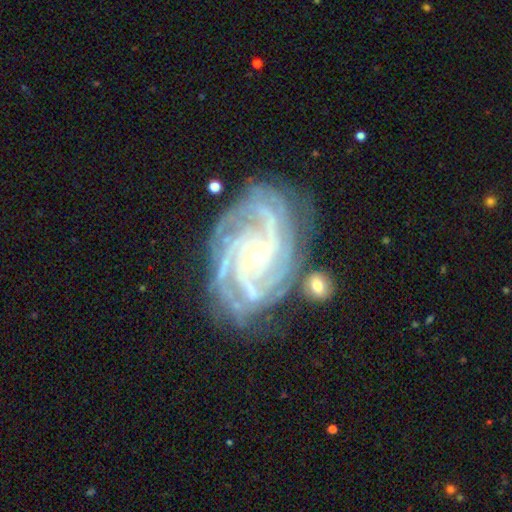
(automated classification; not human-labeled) smooth_or_featured: featured or disk (p=0.91) [alt: star or artifact p=0.06]
disk_edge_on: no (p=0.98) [alt: yes p=0.02]
bar: no (p=0.66) [alt: weak p=0.23]
has_spiral_arms: yes (p=0.99) [alt: no p=0.01]
spiral_winding: tight (p=0.69) [alt: medium p=0.27]
spiral_arm_count: 4 (p=0.37) [alt: 3 p=0.20]
bulge_size: small (p=0.85) [alt: moderate p=0.11]
merging: none (p=0.74) [alt: minor disturbance p=0.17]